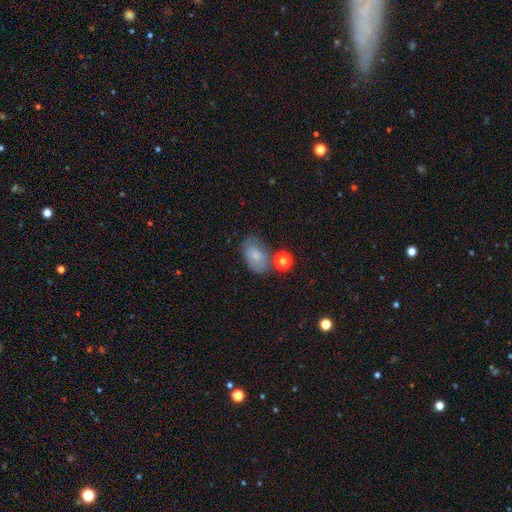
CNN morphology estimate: A smooth galaxy with no disk features (75%) that is in between round and cigar-shaped (87%).

Vote fractions:
- Smooth or featured? smooth: 75% / featured or disk: 15% / star or artifact: 10%
- How rounded? in between: 87% / round: 12% / cigar-shaped: 1%
- Merging? none: 50% / minor disturbance: 26% / merger: 13% / major disturbance: 11%